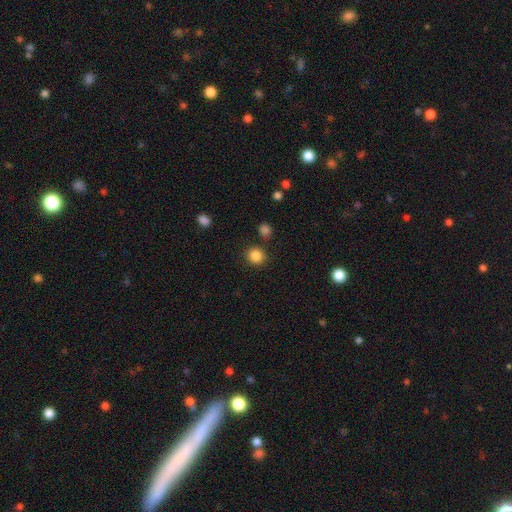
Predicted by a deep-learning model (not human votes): Overall: smooth (86%). How rounded: round (85%). Merging: none (85%).